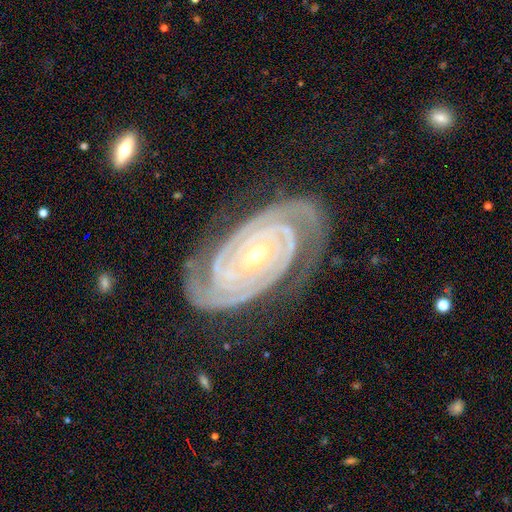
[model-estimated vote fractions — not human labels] A featured or disk galaxy (93%) with no bar (56%), 2 (61%) tight (87%) spiral arms (99%) and a small central bulge (65%).

Vote fractions:
- Smooth or featured? featured or disk: 93% / star or artifact: 5% / smooth: 3%
- Edge-on disk? no: 96% / yes: 4%
- Bar? no: 56% / weak: 24% / strong: 21%
- Spiral arms? yes: 99% / no: 1%
- Spiral winding? tight: 87% / medium: 11% / loose: 2%
- Spiral arm count? 2: 61% / 3: 15% / can't tell: 8% / 4: 7% / more than 4: 5% / 1: 4%
- Bulge size? small: 65% / moderate: 32% / large: 1% / none: 1% / dominant: 1%
- Merging? none: 77% / minor disturbance: 15% / major disturbance: 6% / merger: 2%